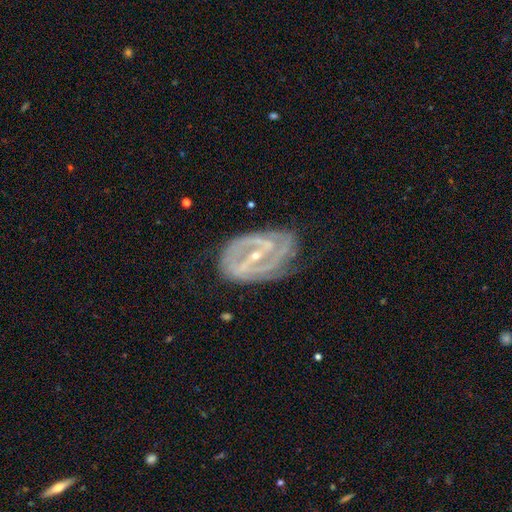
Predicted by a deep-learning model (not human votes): This appears to be a featured or disk galaxy (87%) with a strong bar (53%), 2 (62%) tight (46%) spiral arms (94%) and a small central bulge (73%). Merging: none (66%).